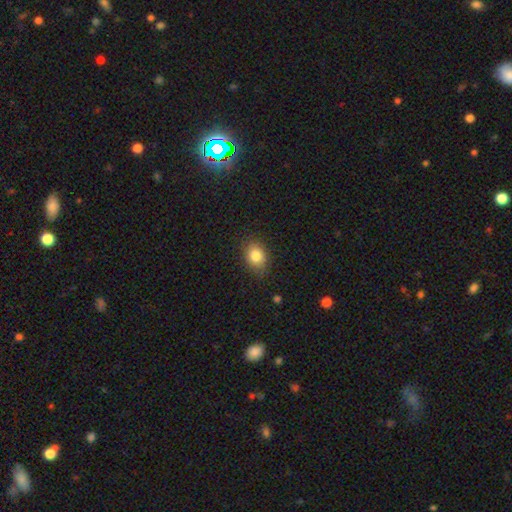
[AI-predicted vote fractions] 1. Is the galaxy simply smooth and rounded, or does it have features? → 84% smooth, 10% star or artifact, 7% featured or disk.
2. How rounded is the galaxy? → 59% in between, 40% round, 1% cigar-shaped.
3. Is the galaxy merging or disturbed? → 84% none, 13% minor disturbance, 3% major disturbance, 1% merger.